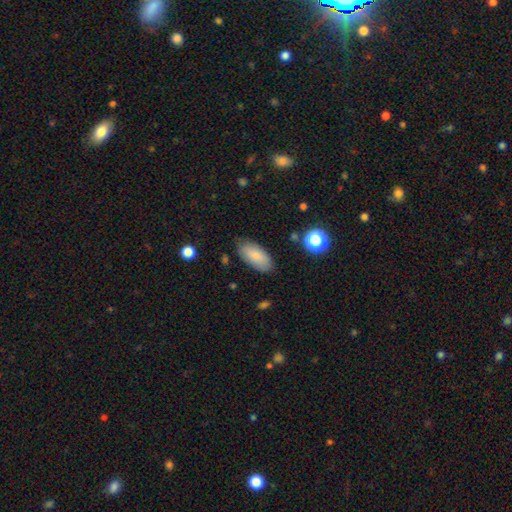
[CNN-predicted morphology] The model was most divided on "merging": none: 82%, minor disturbance: 14%, major disturbance: 3%, merger: 1%. More confident: how rounded — in between (91%); smooth or featured — smooth (82%).